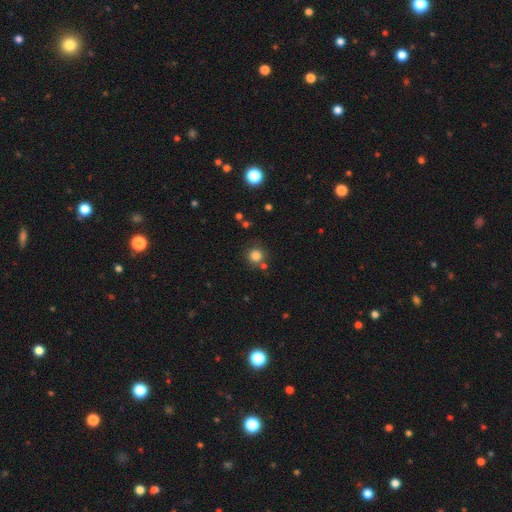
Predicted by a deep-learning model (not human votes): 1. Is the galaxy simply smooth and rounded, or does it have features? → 82% smooth, 13% star or artifact, 5% featured or disk.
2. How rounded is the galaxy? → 93% round, 6% in between, 1% cigar-shaped.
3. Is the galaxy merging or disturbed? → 77% none, 10% merger, 9% minor disturbance, 3% major disturbance.